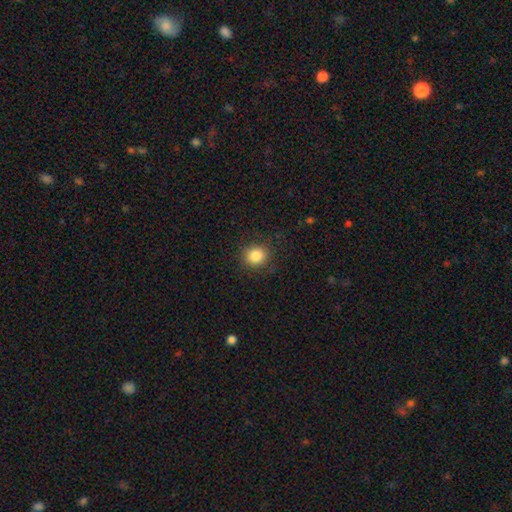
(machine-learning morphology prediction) Smooth or featured? Predicted: smooth (p=0.85). How rounded? Predicted: round (p=0.83). Merging? Predicted: none (p=0.88).